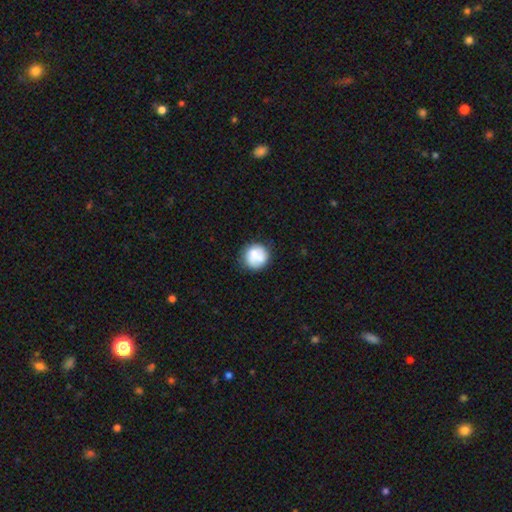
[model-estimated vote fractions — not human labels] smooth_or_featured: smooth (p=0.66) [alt: featured or disk p=0.26]
how_rounded: round (p=0.89) [alt: in between p=0.10]
merging: none (p=0.65) [alt: minor disturbance p=0.19]